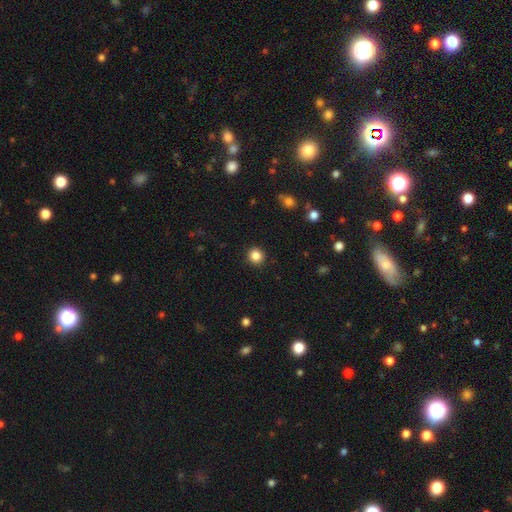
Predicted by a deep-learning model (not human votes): smooth-or-featured: smooth: 85% | star or artifact: 11% | featured or disk: 4%
  how-rounded: round: 93% | in between: 6% | cigar-shaped: 1%
  merging: none: 92% | minor disturbance: 5% | major disturbance: 2% | merger: 1%